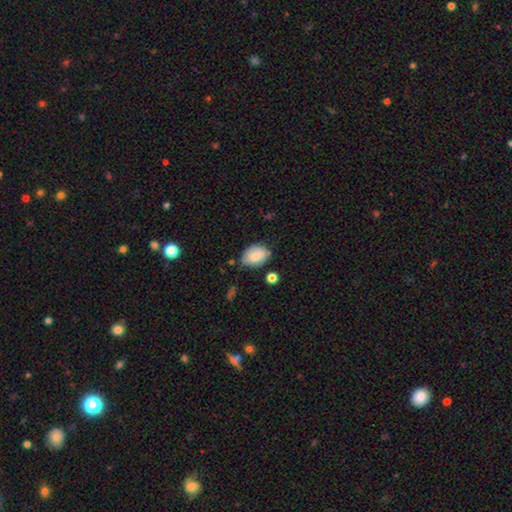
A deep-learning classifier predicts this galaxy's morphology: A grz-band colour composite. It shows a smooth galaxy with no disk features (77%) that is in between round and cigar-shaped (76%). Merging: none (65%).